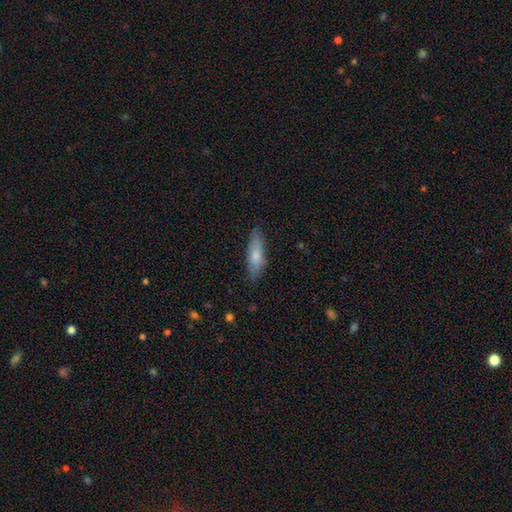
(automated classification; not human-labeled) Smooth or featured? smooth (72%)
How rounded? cigar-shaped (52%)
Merging? none (81%)